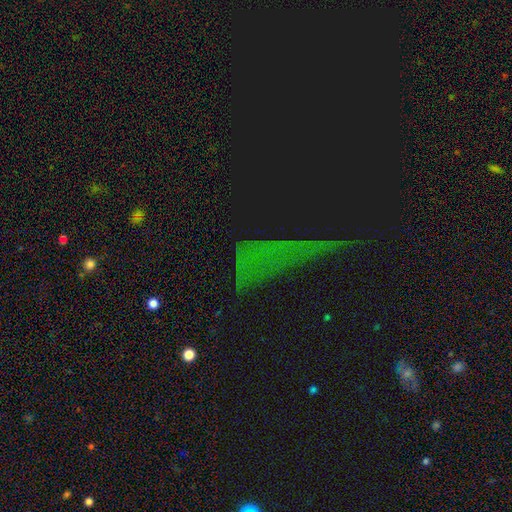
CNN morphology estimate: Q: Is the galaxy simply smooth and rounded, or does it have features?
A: star or artifact — 69%.